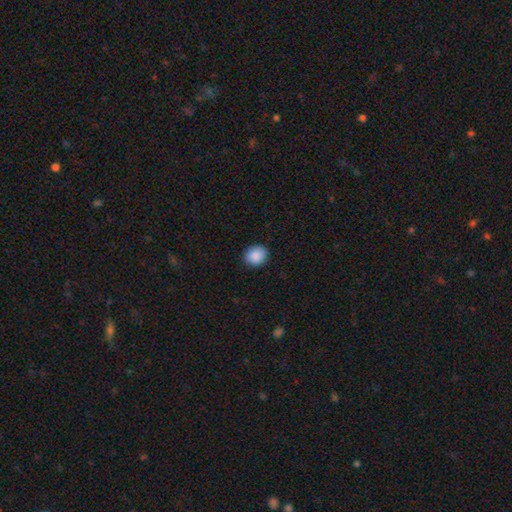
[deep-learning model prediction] smooth-or-featured: smooth: 89% | star or artifact: 8% | featured or disk: 3%
  how-rounded: round: 68% | in between: 31% | cigar-shaped: 1%
  merging: none: 89% | minor disturbance: 8% | major disturbance: 2% | merger: 1%